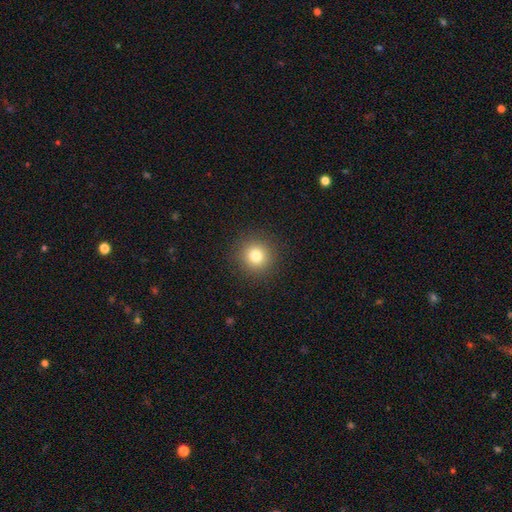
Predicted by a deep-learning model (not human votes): Smooth or featured: smooth — 80% (star or artifact — 13%)
How rounded: round — 94% (in between — 5%)
Merging: none — 91% (minor disturbance — 5%)